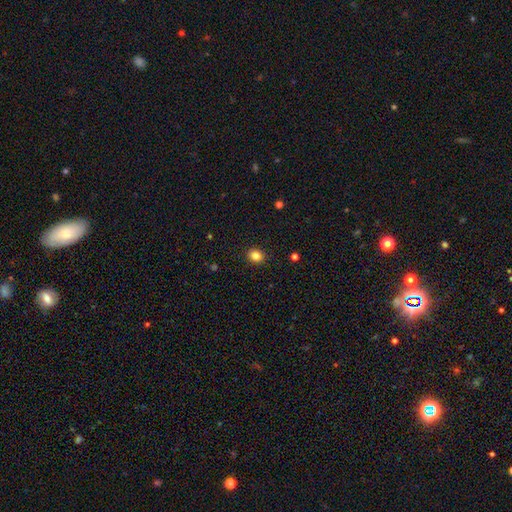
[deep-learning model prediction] smooth_or_featured: smooth (p=0.84) [alt: star or artifact p=0.11]
how_rounded: round (p=0.69) [alt: in between p=0.31]
merging: none (p=0.90) [alt: minor disturbance p=0.07]